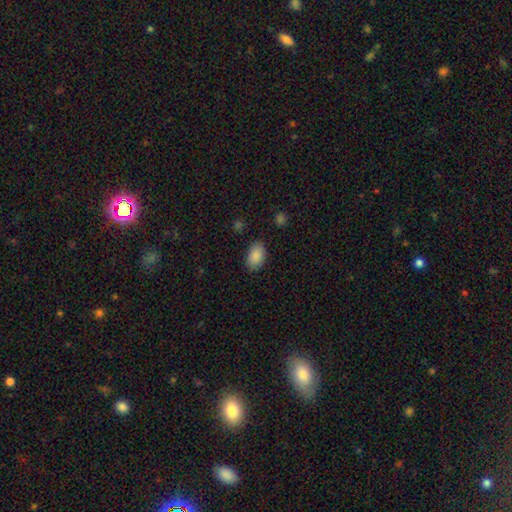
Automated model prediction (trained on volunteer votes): Morphology: type=smooth (89%); roundness=in between (91%); merging=none (85%).